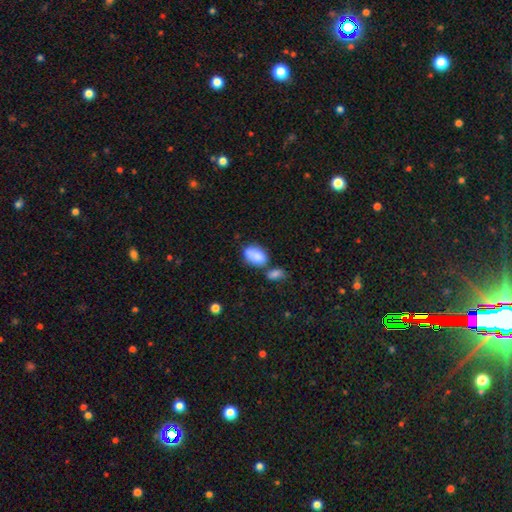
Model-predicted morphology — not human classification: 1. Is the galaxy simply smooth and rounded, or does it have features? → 82% smooth, 10% featured or disk, 8% star or artifact.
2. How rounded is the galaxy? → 86% in between, 12% round, 2% cigar-shaped.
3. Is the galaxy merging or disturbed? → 40% none, 36% merger, 18% minor disturbance, 7% major disturbance.